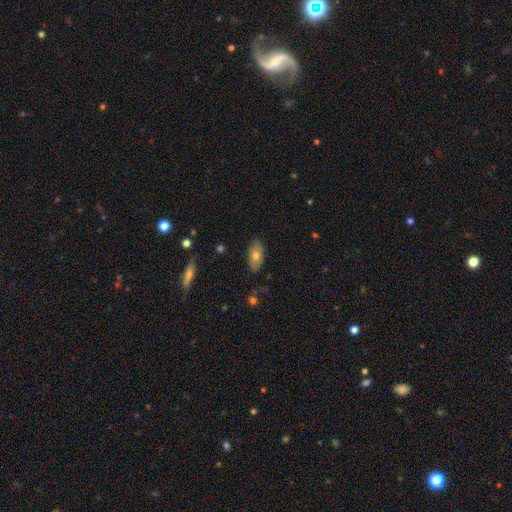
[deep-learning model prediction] Smooth or featured? smooth (65%)
How rounded? in between (90%)
Merging? none (81%)